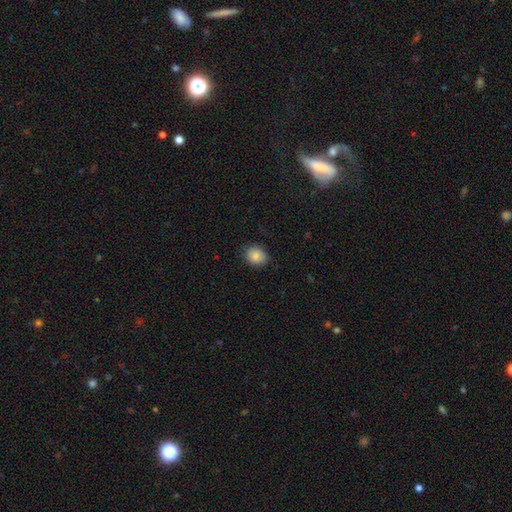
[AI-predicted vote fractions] A smooth galaxy with no disk features (86%) that is round (53%).

Vote fractions:
- Smooth or featured? smooth: 86% / star or artifact: 8% / featured or disk: 6%
- How rounded? round: 53% / in between: 46% / cigar-shaped: 1%
- Merging? none: 85% / minor disturbance: 12% / major disturbance: 3% / merger: 1%